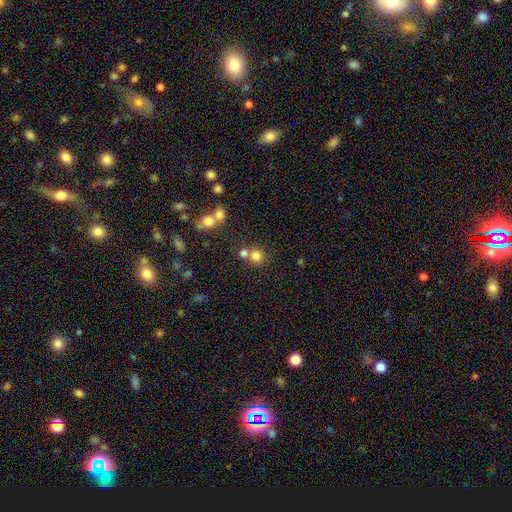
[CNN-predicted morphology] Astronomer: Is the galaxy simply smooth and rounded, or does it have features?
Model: smooth — 77%.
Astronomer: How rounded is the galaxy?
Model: round — 88%.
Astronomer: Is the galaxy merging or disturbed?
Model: none — 58%.